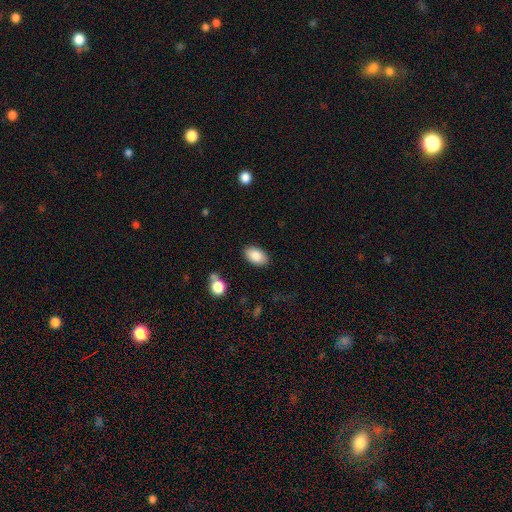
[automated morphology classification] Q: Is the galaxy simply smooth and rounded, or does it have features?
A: smooth — 87%.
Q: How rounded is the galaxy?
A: in between — 93%.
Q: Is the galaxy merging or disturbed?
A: none — 86%.